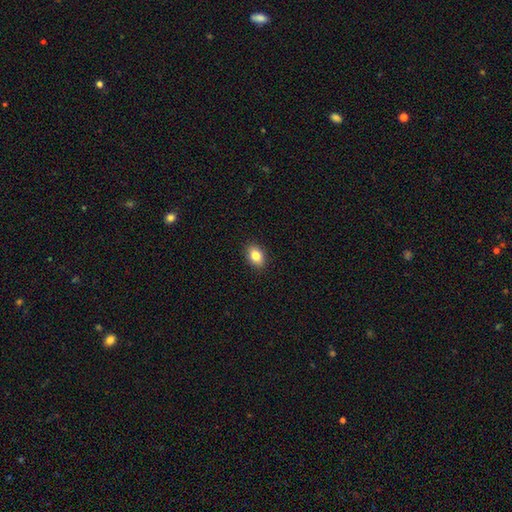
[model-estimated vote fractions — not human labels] Overall: smooth (83%). How rounded: in between (78%). Merging: none (90%).